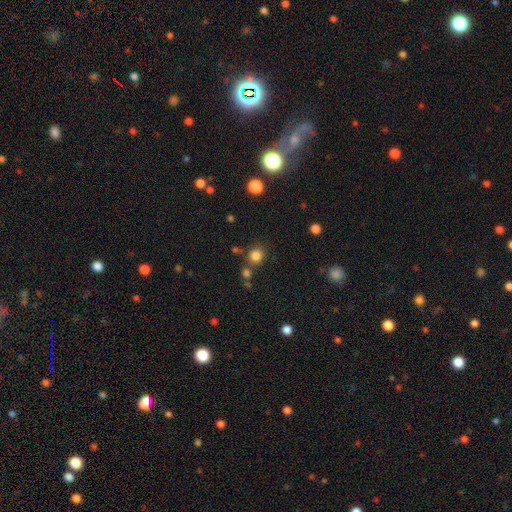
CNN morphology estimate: A smooth galaxy with no disk features (81%) that is round (87%).

Vote fractions:
- Smooth or featured? smooth: 81% / star or artifact: 14% / featured or disk: 5%
- How rounded? round: 87% / in between: 12% / cigar-shaped: 1%
- Merging? none: 76% / merger: 11% / minor disturbance: 9% / major disturbance: 4%